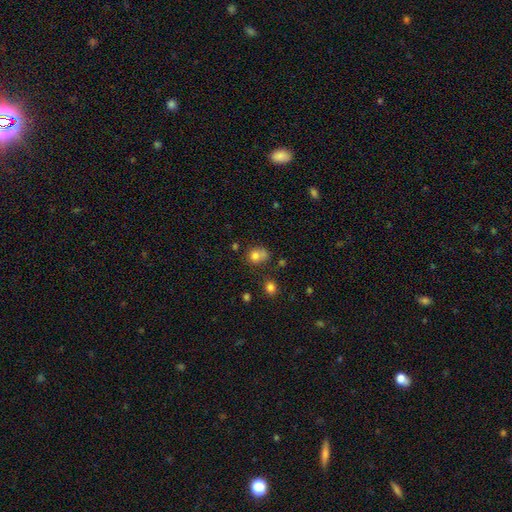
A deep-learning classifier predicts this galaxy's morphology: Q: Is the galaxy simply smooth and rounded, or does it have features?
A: smooth — 76%.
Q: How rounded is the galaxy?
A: round — 57%.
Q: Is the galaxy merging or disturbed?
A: none — 41%.